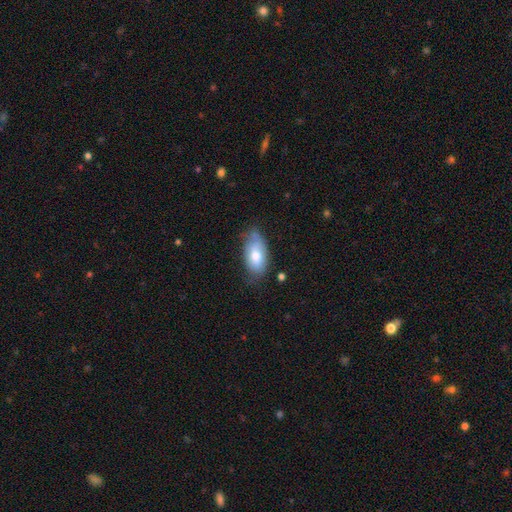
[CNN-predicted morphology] smooth_or_featured: smooth (p=0.71) [alt: featured or disk p=0.22]
how_rounded: in between (p=0.93) [alt: cigar-shaped p=0.04]
merging: none (p=0.58) [alt: minor disturbance p=0.33]